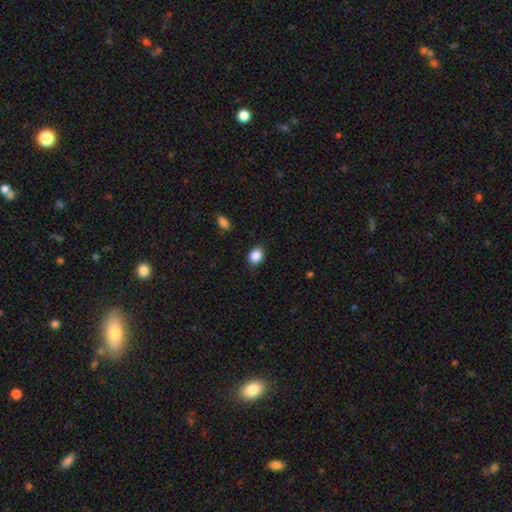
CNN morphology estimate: Overall: smooth (87%). How rounded: in between (50%; round 49%). Merging: none (83%).